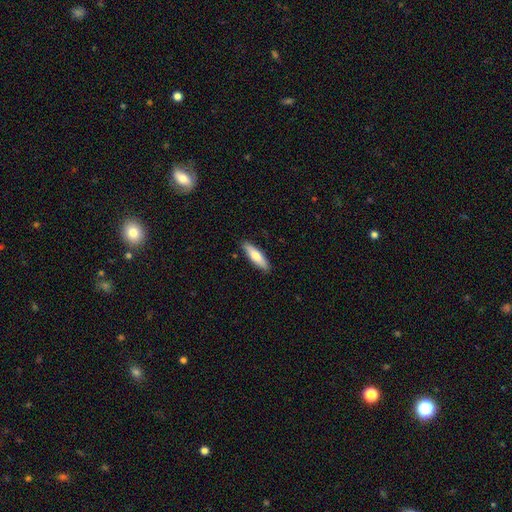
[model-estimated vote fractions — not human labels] This is likely a smooth galaxy (70%). How rounded: likely cigar-shaped (64%). Merging: clearly none (89%).